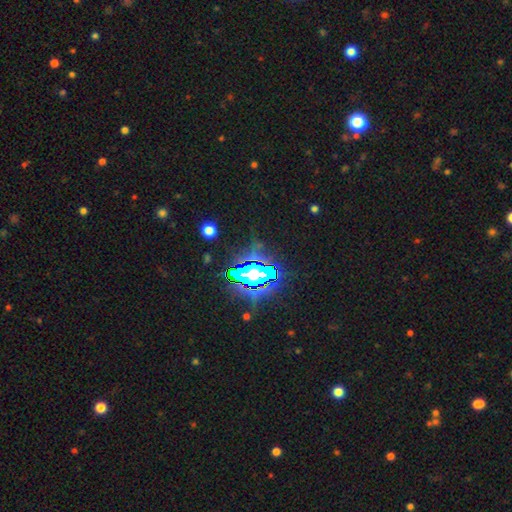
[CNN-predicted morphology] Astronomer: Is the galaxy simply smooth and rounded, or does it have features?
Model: star or artifact — 84%.